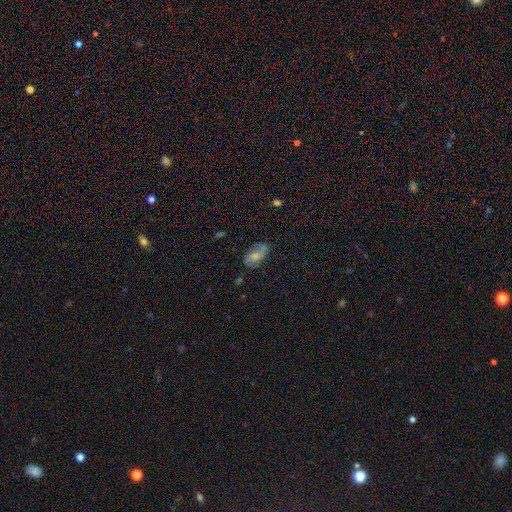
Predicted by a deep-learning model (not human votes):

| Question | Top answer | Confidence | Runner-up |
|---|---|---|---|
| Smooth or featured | featured or disk | 53% | smooth (38%) |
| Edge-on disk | no | 95% | yes (5%) |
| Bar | no | 54% | weak (38%) |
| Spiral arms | yes | 81% | no (19%) |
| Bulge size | moderate | 37% | small (26%) |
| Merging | none | 64% | minor disturbance (23%) |